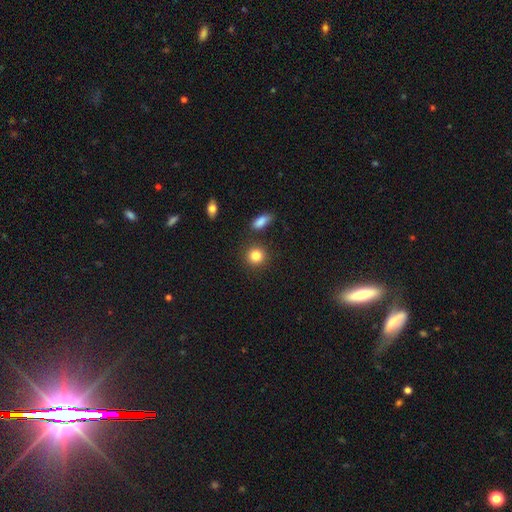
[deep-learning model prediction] Q: Smooth or featured?
A: smooth (85%); runner-up: star or artifact (9%)
Q: How rounded?
A: round (88%); runner-up: in between (11%)
Q: Merging?
A: none (85%); runner-up: minor disturbance (8%)